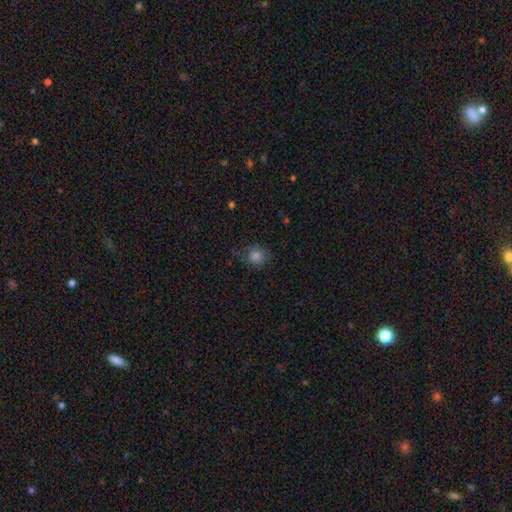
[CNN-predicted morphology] smooth 78%, star or artifact 14%, featured or disk 8%. Down the decision tree: how rounded — round (79%); merging — none (73%).